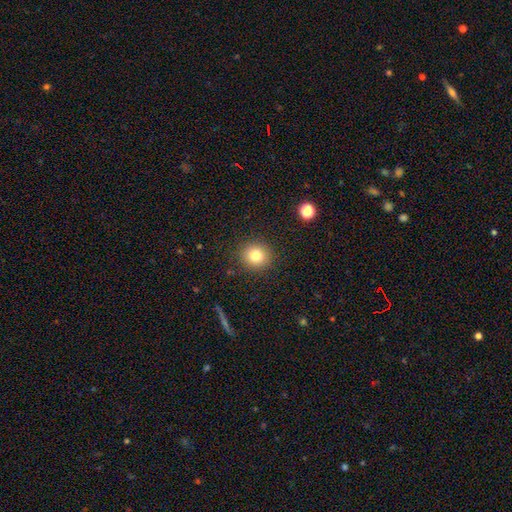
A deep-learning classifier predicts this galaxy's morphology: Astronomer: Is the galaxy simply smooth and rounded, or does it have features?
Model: smooth — 80%.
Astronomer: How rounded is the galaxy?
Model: round — 89%.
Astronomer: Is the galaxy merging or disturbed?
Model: none — 89%.